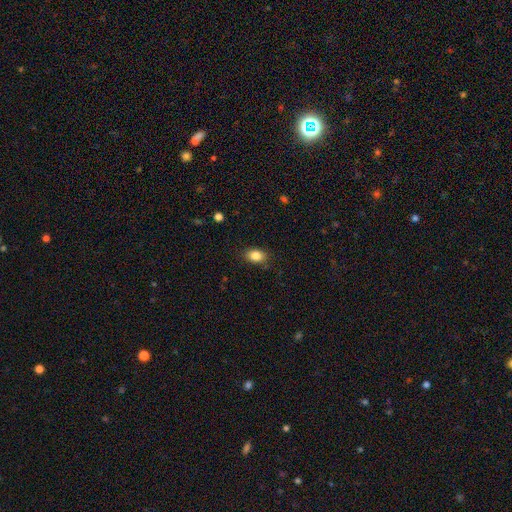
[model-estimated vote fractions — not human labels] This appears to be a smooth galaxy with no disk features (85%) that is in between round and cigar-shaped (79%). Merging: none (84%).